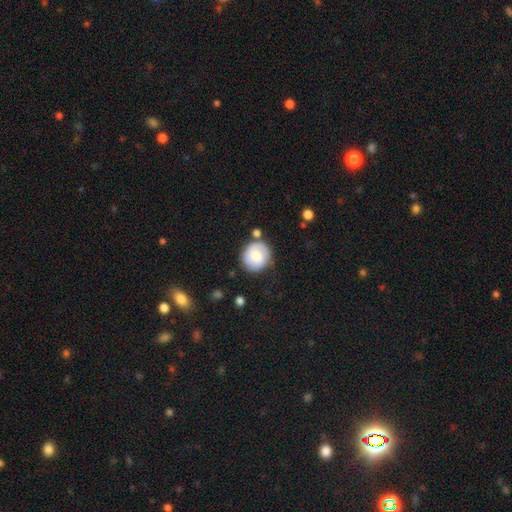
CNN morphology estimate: Overall: smooth (57%; featured or disk 36%). How rounded: round (87%). Merging: none (75%).